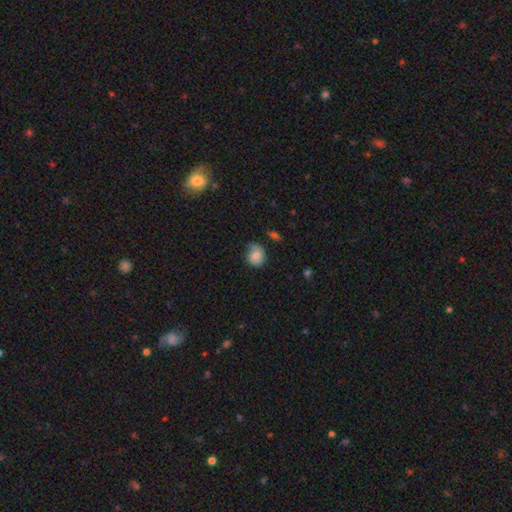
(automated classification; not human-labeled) Morphology: type=smooth (64%); roundness=round (63%); merging=none (49%).